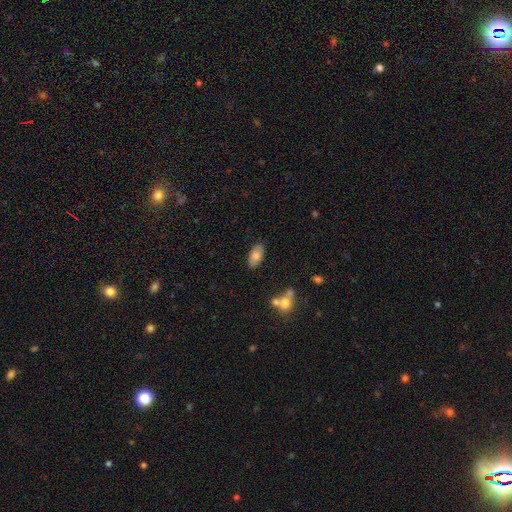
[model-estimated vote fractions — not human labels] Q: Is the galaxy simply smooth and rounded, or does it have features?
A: smooth — 77%.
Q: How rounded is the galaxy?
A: in between — 92%.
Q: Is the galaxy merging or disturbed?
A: none — 84%.